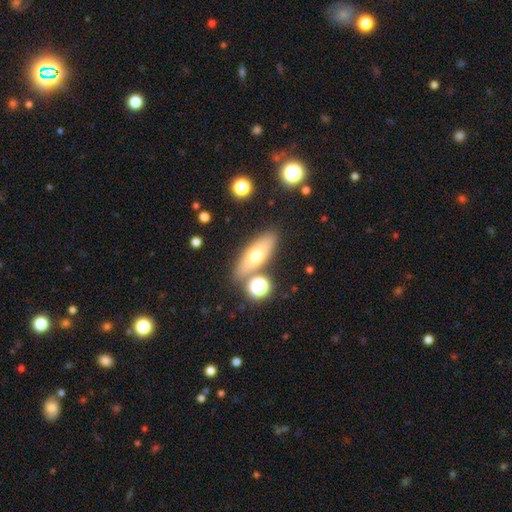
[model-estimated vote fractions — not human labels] A smooth galaxy with no disk features (61%) that is in between round and cigar-shaped (59%). Merging: none (78%).